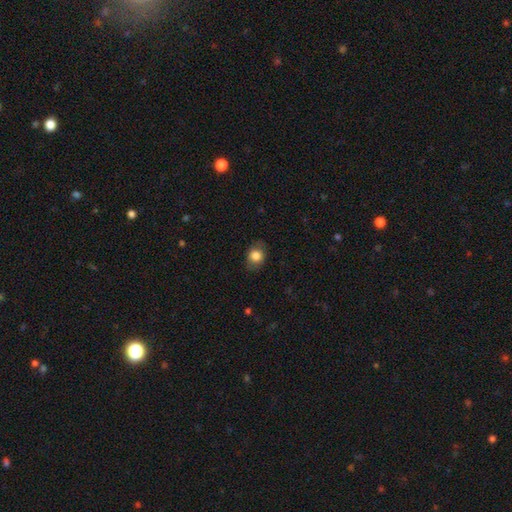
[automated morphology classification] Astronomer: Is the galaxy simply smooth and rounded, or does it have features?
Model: smooth — 81%.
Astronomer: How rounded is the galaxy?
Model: in between — 54% (runner-up: round, 45%).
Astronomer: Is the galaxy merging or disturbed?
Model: none — 81%.